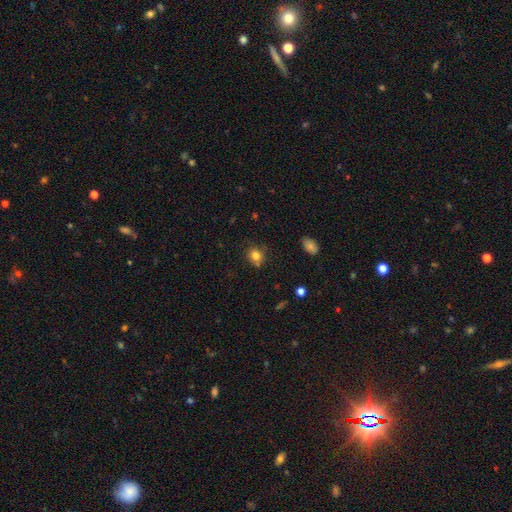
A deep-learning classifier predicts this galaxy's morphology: A smooth galaxy with no disk features (81%) that is round (69%).

Vote fractions:
- Smooth or featured? smooth: 81% / star or artifact: 12% / featured or disk: 7%
- How rounded? round: 69% / in between: 29% / cigar-shaped: 1%
- Merging? none: 71% / minor disturbance: 20% / major disturbance: 5% / merger: 4%